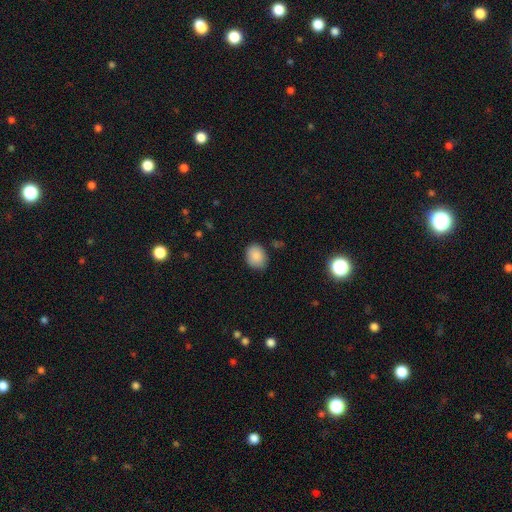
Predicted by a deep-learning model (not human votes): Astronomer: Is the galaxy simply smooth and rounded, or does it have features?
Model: smooth — 88%.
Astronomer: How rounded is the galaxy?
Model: in between — 53% (runner-up: round, 46%).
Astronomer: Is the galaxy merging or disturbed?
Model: none — 81%.